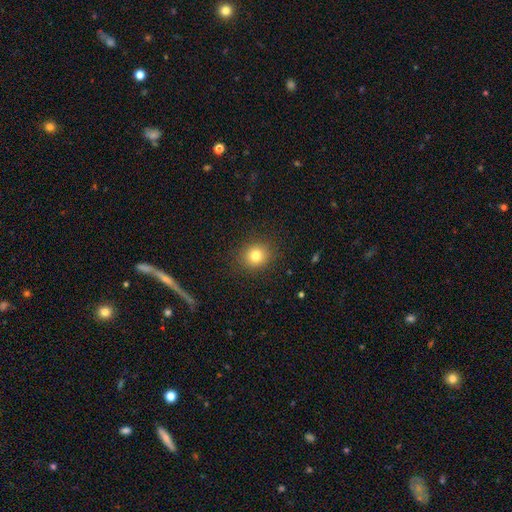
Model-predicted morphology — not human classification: The model was most divided on "how rounded": round: 82%, in between: 17%, cigar-shaped: 1%. More confident: merging — none (89%); smooth or featured — smooth (80%).